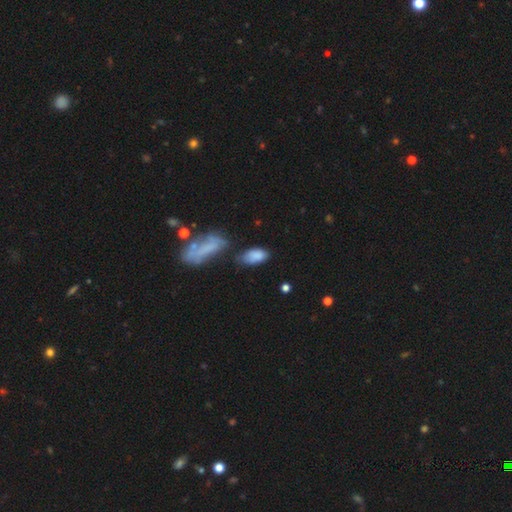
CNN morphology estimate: smooth_or_featured: smooth (p=0.81) [alt: featured or disk p=0.11]
how_rounded: in between (p=0.91) [alt: cigar-shaped p=0.05]
merging: none (p=0.46) [alt: minor disturbance p=0.28]